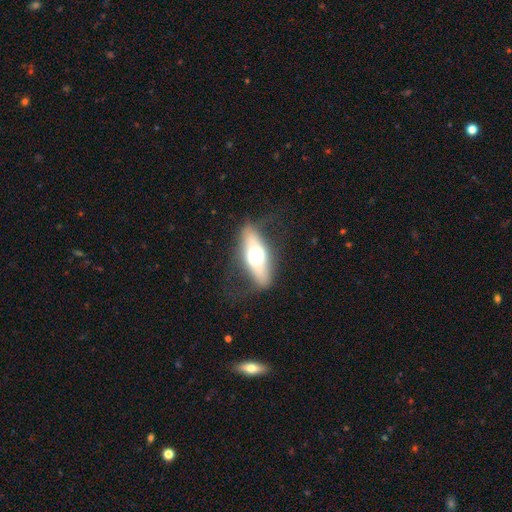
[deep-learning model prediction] Smooth or featured? featured or disk (55%)
Edge-on disk? yes (55%)
Merging? none (67%)